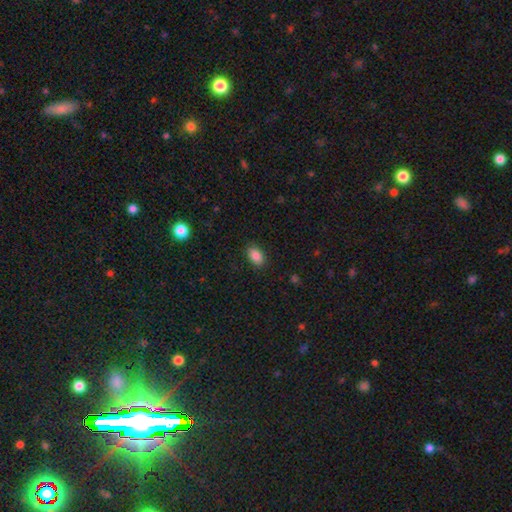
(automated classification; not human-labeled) Morphology: type=smooth (86%); roundness=in between (89%); merging=none (87%).